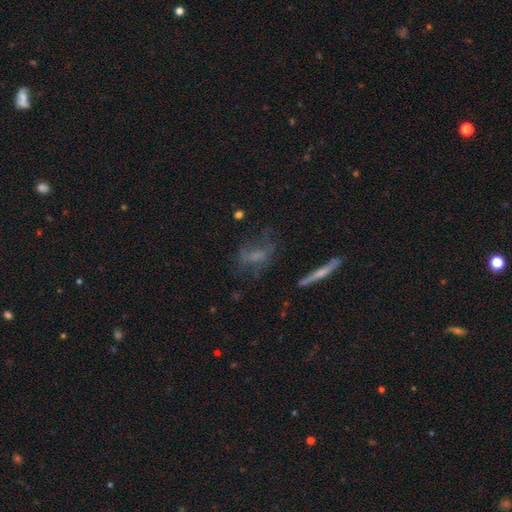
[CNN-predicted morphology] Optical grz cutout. It shows a featured or disk galaxy (48%). Merging: none (49%).